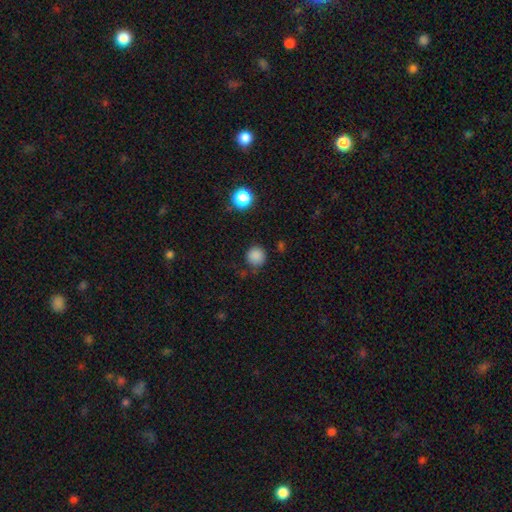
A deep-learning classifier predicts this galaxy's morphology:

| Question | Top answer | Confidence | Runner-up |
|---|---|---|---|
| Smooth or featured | smooth | 85% | star or artifact (12%) |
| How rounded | round | 94% | in between (5%) |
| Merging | none | 83% | minor disturbance (11%) |